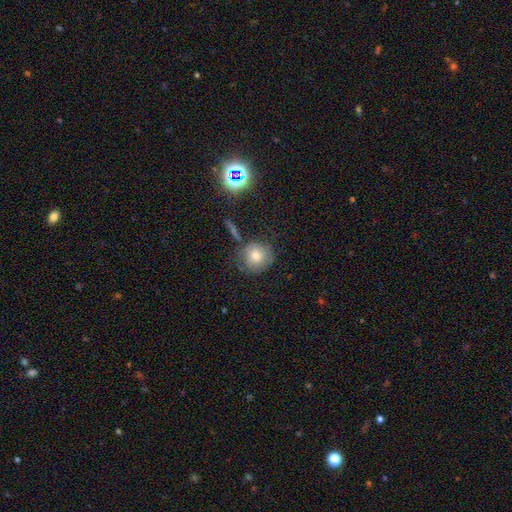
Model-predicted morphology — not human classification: smooth-or-featured: smooth: 66% | featured or disk: 21% | star or artifact: 13%
  how-rounded: round: 88% | in between: 10% | cigar-shaped: 1%
  merging: none: 70% | minor disturbance: 18% | major disturbance: 7% | merger: 5%